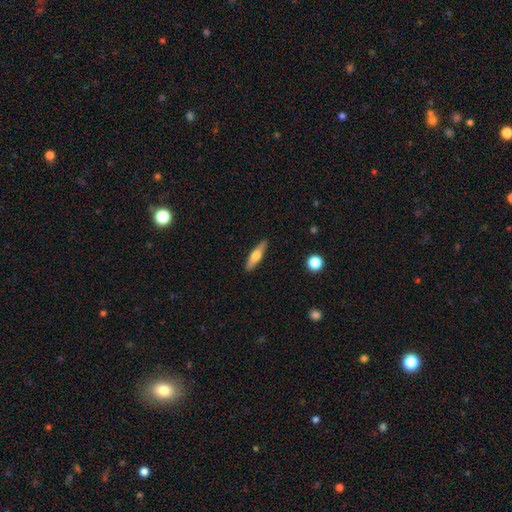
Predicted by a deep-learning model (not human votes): Overall: smooth (54%; featured or disk 40%). How rounded: cigar-shaped (74%). Merging: none (90%).